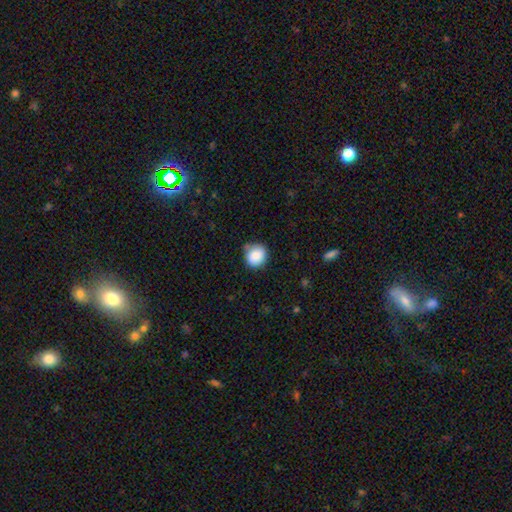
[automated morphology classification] type=smooth (88%); roundness=round (86%); merging=none (72%).